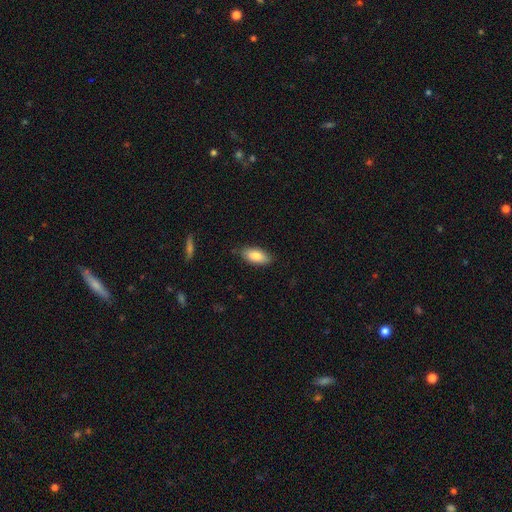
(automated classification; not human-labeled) The model was most divided on "merging": none: 83%, minor disturbance: 13%, major disturbance: 2%, merger: 1%. More confident: how rounded — in between (86%); smooth or featured — smooth (83%).